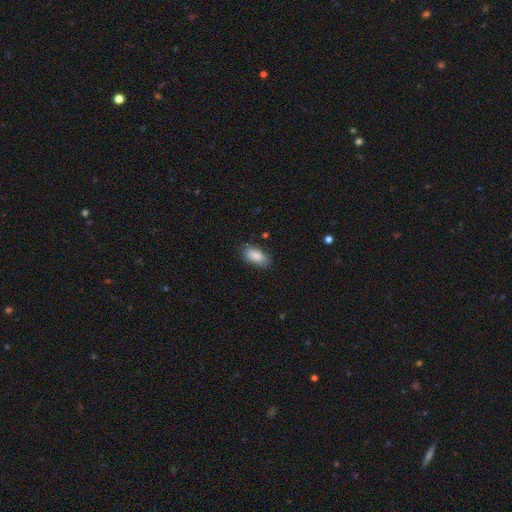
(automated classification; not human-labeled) Smooth or featured?
  - smooth: 87% *
  - star or artifact: 7%
  - featured or disk: 6%
How rounded?
  - in between: 88% *
  - cigar-shaped: 9%
  - round: 3%
Merging?
  - none: 79% *
  - minor disturbance: 16%
  - major disturbance: 3%
  - merger: 1%